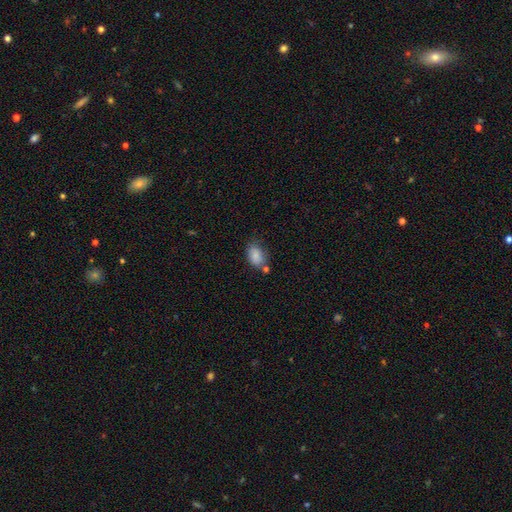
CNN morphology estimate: Smooth or featured: smooth — 85% (star or artifact — 8%)
How rounded: in between — 87% (round — 11%)
Merging: none — 59% (minor disturbance — 22%)